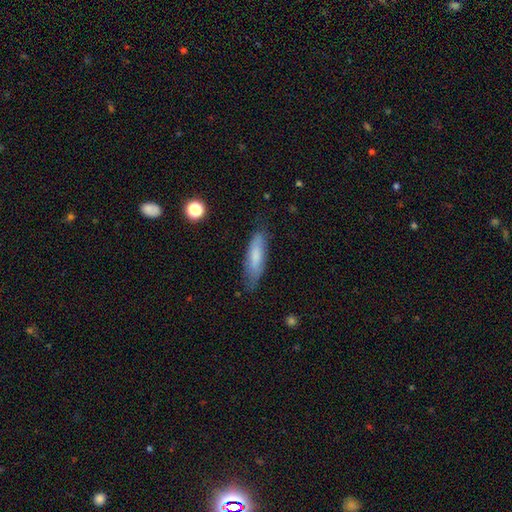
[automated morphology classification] A smooth galaxy with no disk features (73%) that is cigar-shaped (62%).

Vote fractions:
- Smooth or featured? smooth: 73% / featured or disk: 20% / star or artifact: 7%
- How rounded? cigar-shaped: 62% / in between: 36% / round: 2%
- Merging? none: 74% / minor disturbance: 20% / major disturbance: 5% / merger: 1%